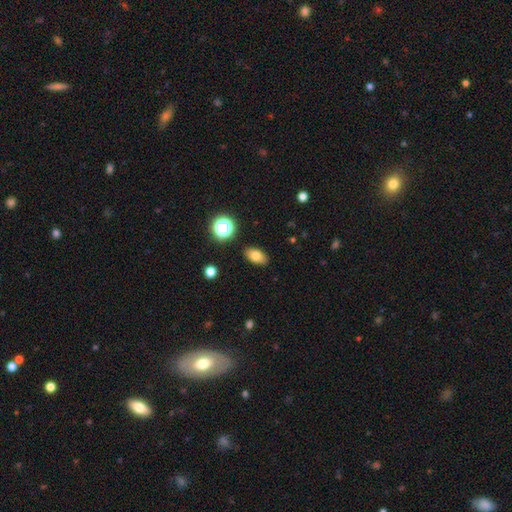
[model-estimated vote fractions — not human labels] smooth-or-featured: smooth: 78% | star or artifact: 11% | featured or disk: 11%
  how-rounded: in between: 88% | round: 9% | cigar-shaped: 3%
  merging: none: 88% | minor disturbance: 8% | major disturbance: 2% | merger: 2%